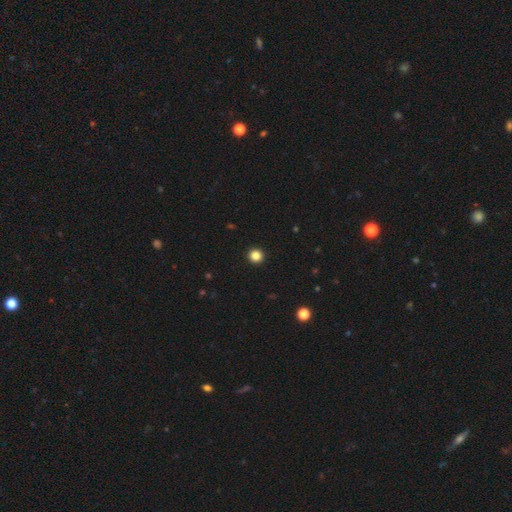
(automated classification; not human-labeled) Smooth or featured? smooth (85%)
How rounded? round (93%)
Merging? none (94%)